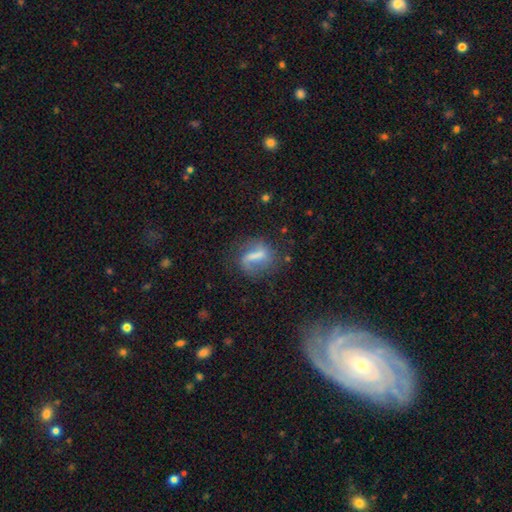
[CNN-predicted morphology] Smooth or featured?
  - featured or disk: 52% *
  - smooth: 36%
  - star or artifact: 12%
Edge-on disk?
  - no: 90% *
  - yes: 10%
Merging?
  - none: 58% *
  - minor disturbance: 21%
  - major disturbance: 16%
  - merger: 5%